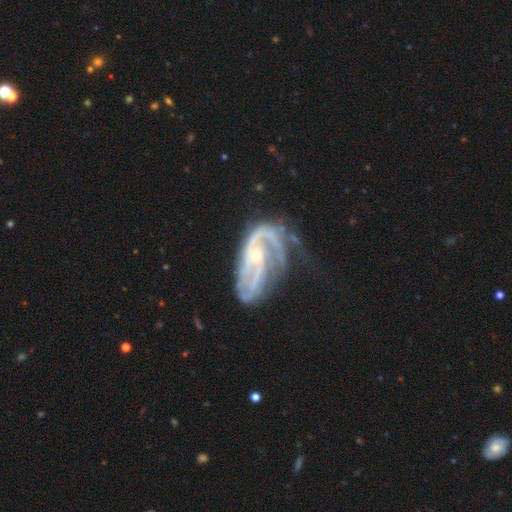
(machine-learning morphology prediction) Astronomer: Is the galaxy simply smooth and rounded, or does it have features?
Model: featured or disk — 88%.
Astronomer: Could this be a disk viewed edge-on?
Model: no — 96%.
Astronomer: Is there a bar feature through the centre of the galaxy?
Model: no — 54% (runner-up: weak, 31%).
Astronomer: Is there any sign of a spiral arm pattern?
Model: yes — 94%.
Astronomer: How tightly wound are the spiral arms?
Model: medium — 45% (runner-up: tight, 31%).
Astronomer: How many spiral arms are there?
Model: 2 — 51%.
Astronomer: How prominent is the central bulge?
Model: small — 74%.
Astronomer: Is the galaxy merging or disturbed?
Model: major disturbance — 37% (runner-up: none, 32%).